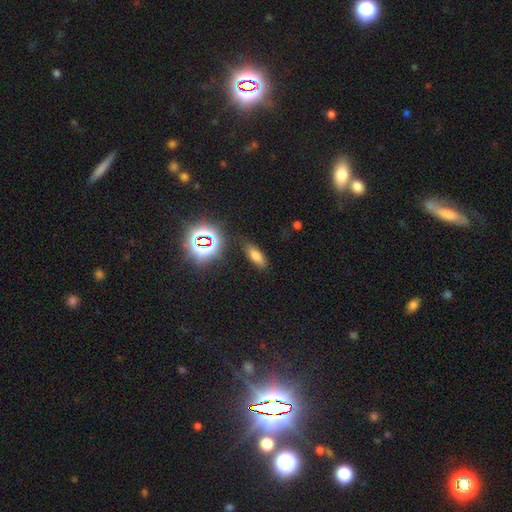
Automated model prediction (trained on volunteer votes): This appears to be a smooth galaxy with no disk features (68%) that is in between round and cigar-shaped (65%). Merging: none (83%).